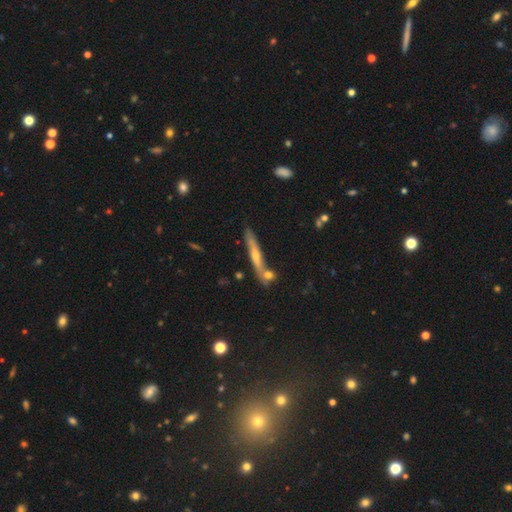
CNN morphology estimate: The model was most divided on "smooth or featured": featured or disk: 61%, smooth: 31%, star or artifact: 8%. More confident: edge-on disk — yes (93%); merging — none (75%); edge-on bulge — rounded (74%).